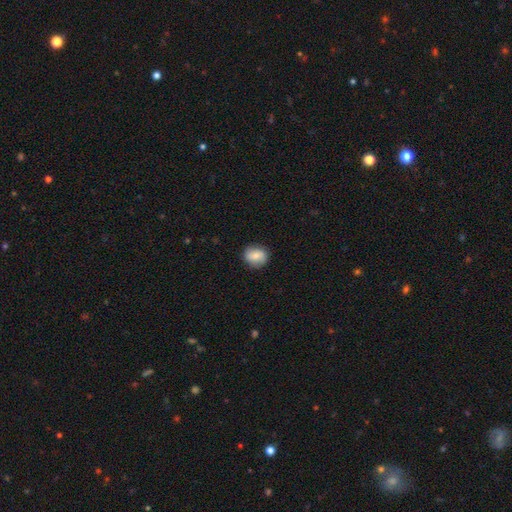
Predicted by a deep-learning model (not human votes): A smooth galaxy with no disk features (69%) that is round (72%). Merging: none (84%).